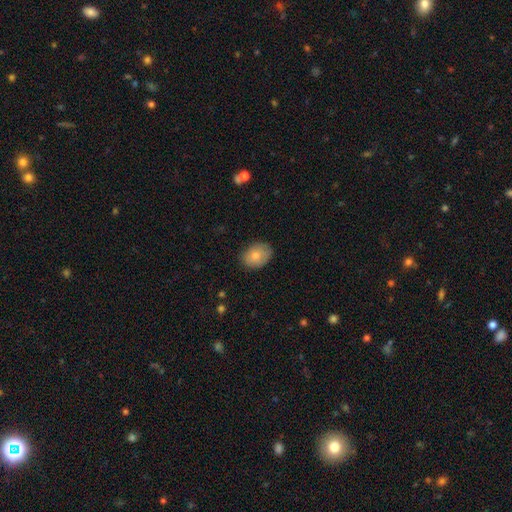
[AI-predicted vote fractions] A smooth galaxy with no disk features (79%) that is in between round and cigar-shaped (66%). Merging: none (82%).